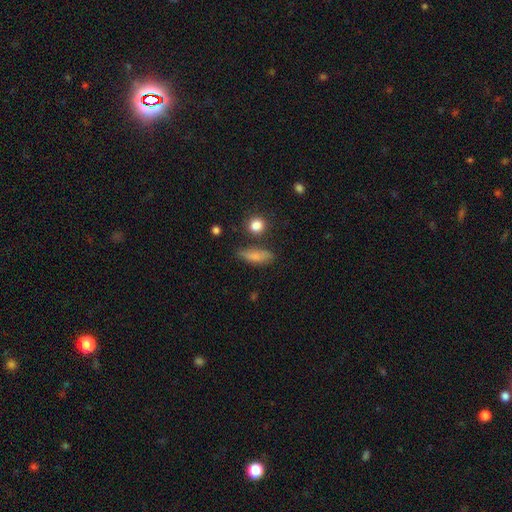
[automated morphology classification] Smooth or featured: smooth — 74% (featured or disk — 16%)
How rounded: in between — 53% (cigar-shaped — 41%)
Merging: none — 64% (minor disturbance — 23%)